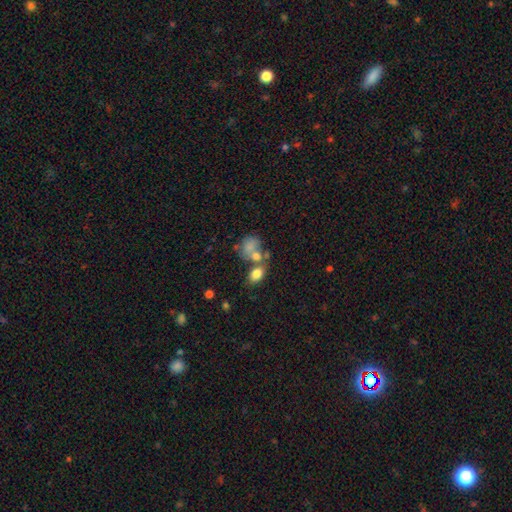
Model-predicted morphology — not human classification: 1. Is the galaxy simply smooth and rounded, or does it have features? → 74% smooth, 16% featured or disk, 11% star or artifact.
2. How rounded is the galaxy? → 65% in between, 34% round, 1% cigar-shaped.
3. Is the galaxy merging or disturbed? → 45% merger, 33% none, 13% minor disturbance, 9% major disturbance.